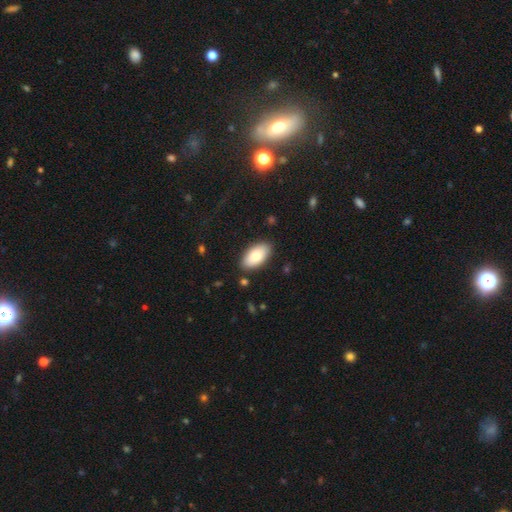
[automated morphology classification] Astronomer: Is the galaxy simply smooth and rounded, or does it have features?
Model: smooth — 78%.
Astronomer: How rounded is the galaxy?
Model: in between — 95%.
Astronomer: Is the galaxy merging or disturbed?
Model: none — 87%.